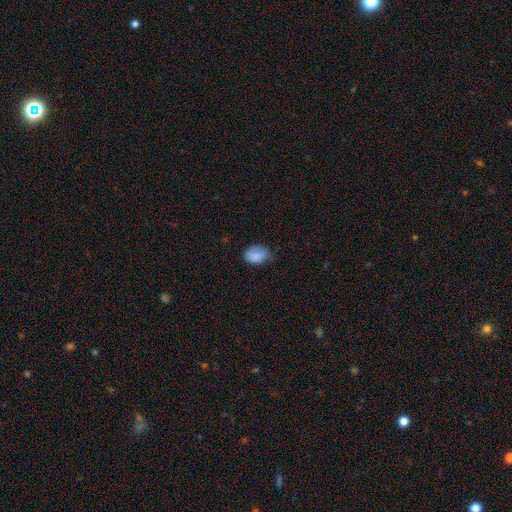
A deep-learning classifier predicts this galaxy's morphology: type=smooth (84%); roundness=in between (76%); merging=none (58%).